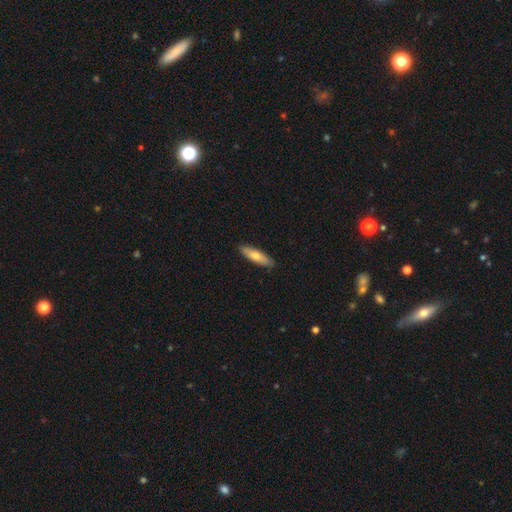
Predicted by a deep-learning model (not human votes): smooth 69%, featured or disk 26%, star or artifact 5%. Down the decision tree: how rounded — cigar-shaped (61%); merging — none (90%).